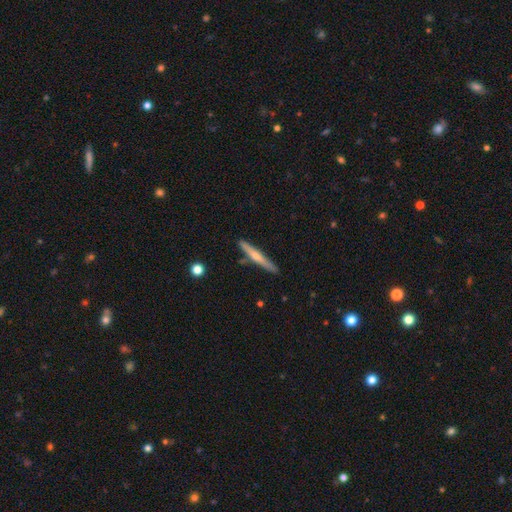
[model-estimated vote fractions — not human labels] Morphology: type=smooth (48%); merging=none (85%).